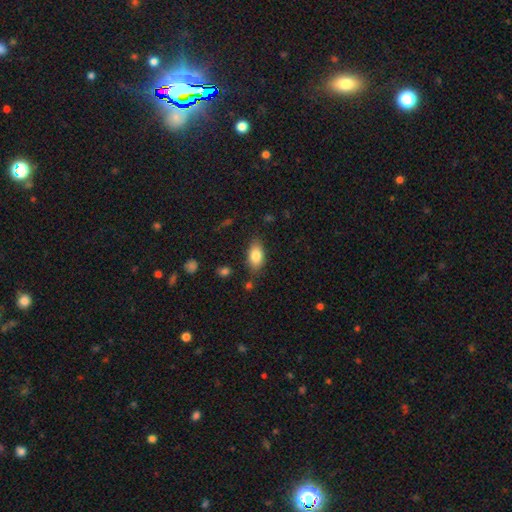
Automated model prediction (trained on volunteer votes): smooth-or-featured: smooth: 83% | featured or disk: 10% | star or artifact: 7%
  how-rounded: in between: 89% | round: 6% | cigar-shaped: 5%
  merging: none: 79% | minor disturbance: 15% | major disturbance: 3% | merger: 3%